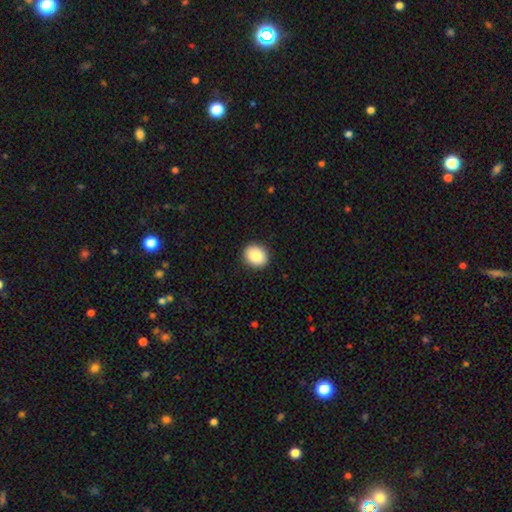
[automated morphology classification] smooth_or_featured: smooth (p=0.88) [alt: star or artifact p=0.08]
how_rounded: round (p=0.70) [alt: in between p=0.29]
merging: none (p=0.91) [alt: minor disturbance p=0.06]